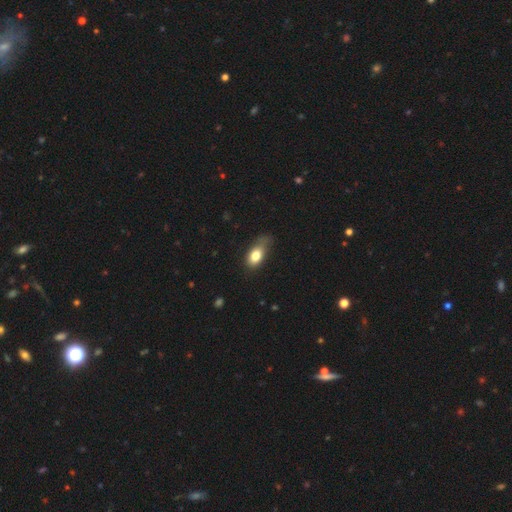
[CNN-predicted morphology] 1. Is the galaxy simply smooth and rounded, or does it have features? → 78% smooth, 14% featured or disk, 9% star or artifact.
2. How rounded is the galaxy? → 85% in between, 11% round, 5% cigar-shaped.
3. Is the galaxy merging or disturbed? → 40% minor disturbance, 39% none, 19% major disturbance, 3% merger.